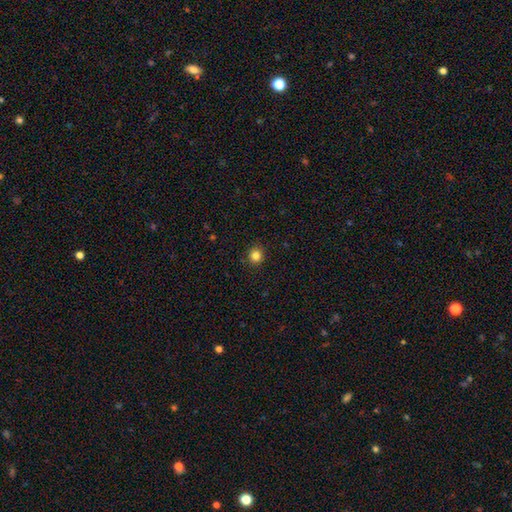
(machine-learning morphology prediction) Overall: smooth (82%). How rounded: round (91%). Merging: none (91%).